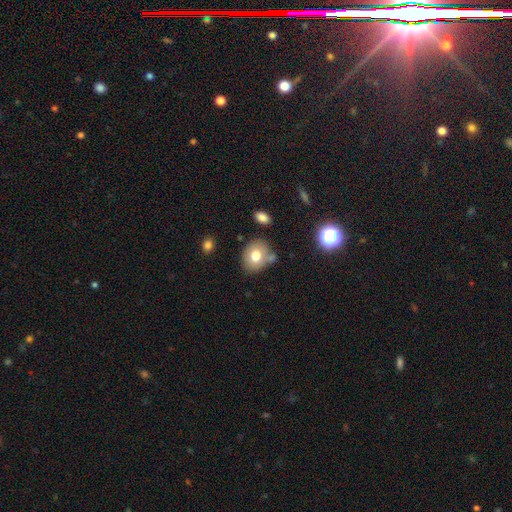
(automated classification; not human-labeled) Overall: smooth (74%). How rounded: round (53%; in between 46%). Merging: none (62%).